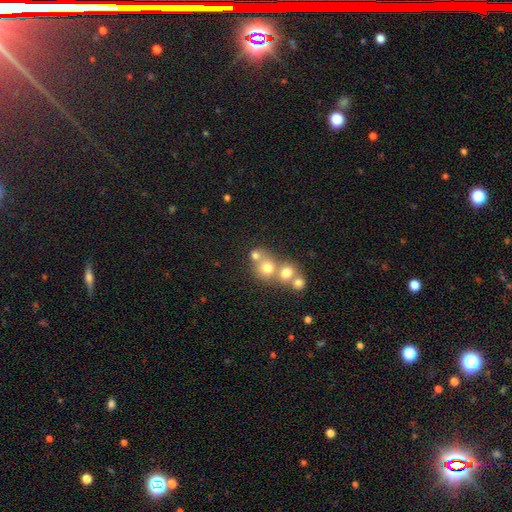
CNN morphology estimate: smooth_or_featured: smooth (p=0.68) [alt: featured or disk p=0.17]
how_rounded: round (p=0.79) [alt: in between p=0.20]
merging: merger (p=0.48) [alt: none p=0.41]